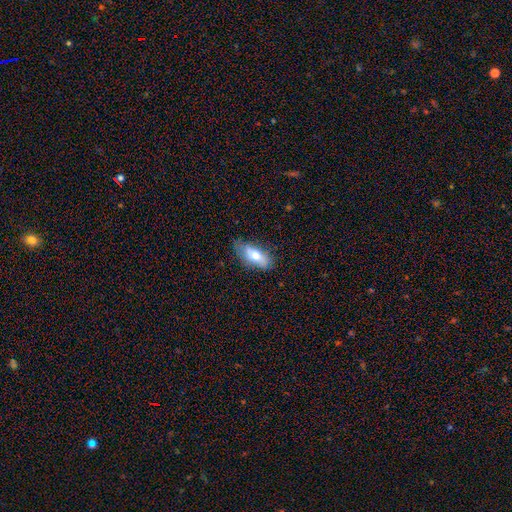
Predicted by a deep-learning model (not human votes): A smooth galaxy with no disk features (67%) that is in between round and cigar-shaped (82%). Merging: none (73%).